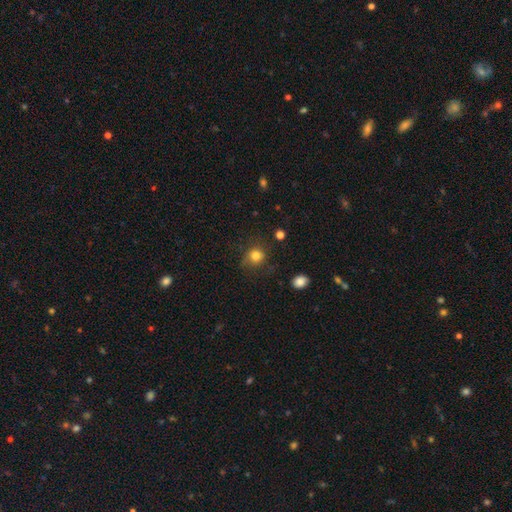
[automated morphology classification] A smooth galaxy with no disk features (81%) that is round (83%).

Vote fractions:
- Smooth or featured? smooth: 81% / star or artifact: 12% / featured or disk: 7%
- How rounded? round: 83% / in between: 16% / cigar-shaped: 1%
- Merging? none: 73% / minor disturbance: 18% / major disturbance: 7% / merger: 2%